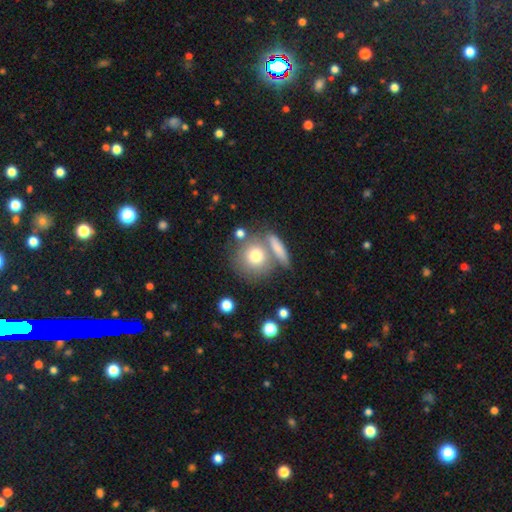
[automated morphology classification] smooth_or_featured: smooth (p=0.74) [alt: featured or disk p=0.17]
how_rounded: round (p=0.87) [alt: in between p=0.11]
merging: none (p=0.61) [alt: merger p=0.23]